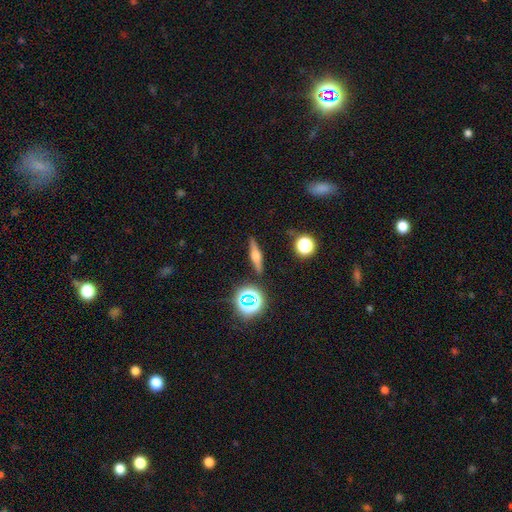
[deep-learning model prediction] Overall: featured or disk (49%; smooth 36%). Merging: none (87%).